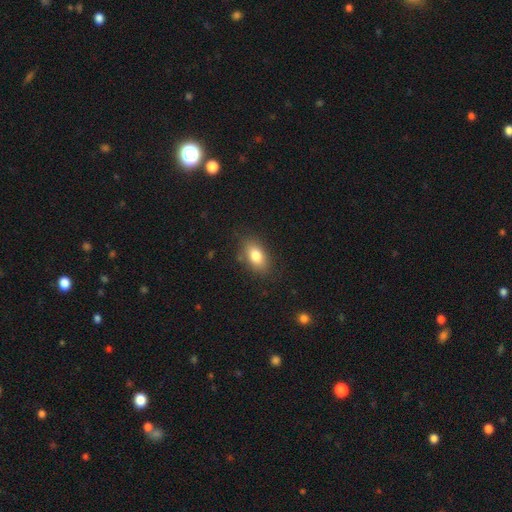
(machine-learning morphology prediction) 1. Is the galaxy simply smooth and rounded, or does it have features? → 81% smooth, 11% featured or disk, 8% star or artifact.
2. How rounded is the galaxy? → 88% in between, 8% round, 4% cigar-shaped.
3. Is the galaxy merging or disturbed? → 80% none, 15% minor disturbance, 4% major disturbance, 2% merger.